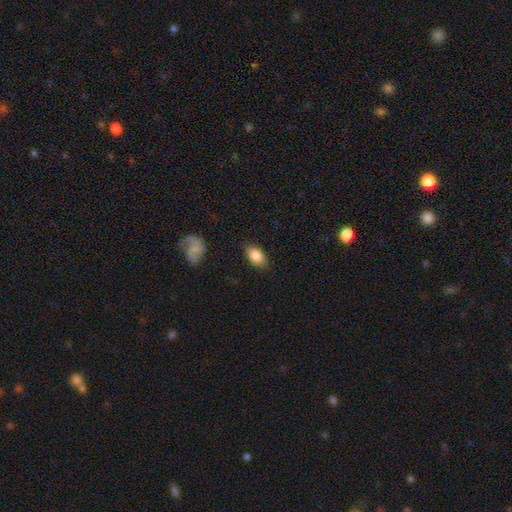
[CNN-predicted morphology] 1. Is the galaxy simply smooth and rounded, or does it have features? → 85% smooth, 8% featured or disk, 7% star or artifact.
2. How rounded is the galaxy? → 89% in between, 8% round, 3% cigar-shaped.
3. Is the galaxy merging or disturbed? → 81% none, 14% minor disturbance, 3% major disturbance, 2% merger.